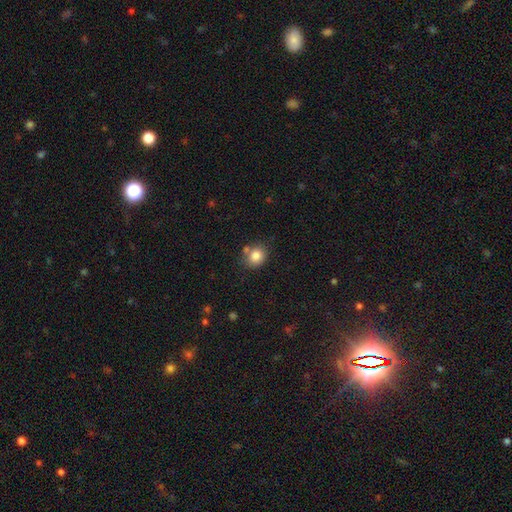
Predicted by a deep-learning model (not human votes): The model was most divided on "how rounded": round: 65%, in between: 34%, cigar-shaped: 1%. More confident: smooth or featured — smooth (83%); merging — none (71%).